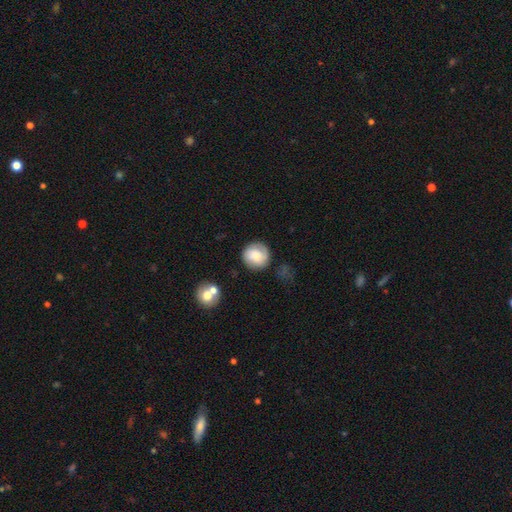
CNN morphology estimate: Smooth or featured?
  - smooth: 68% *
  - featured or disk: 24%
  - star or artifact: 8%
How rounded?
  - round: 89% *
  - in between: 10%
  - cigar-shaped: 1%
Merging?
  - none: 76% *
  - minor disturbance: 15%
  - major disturbance: 5%
  - merger: 3%